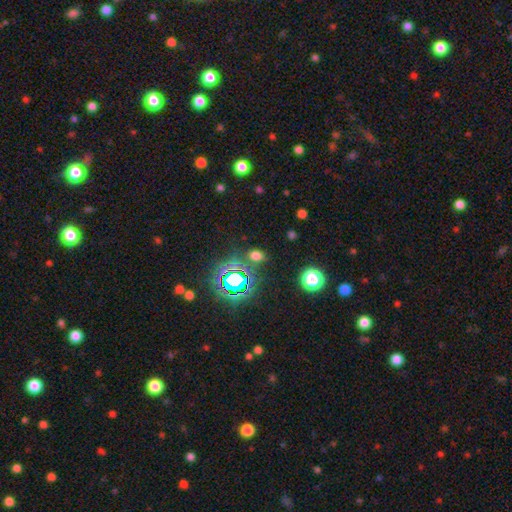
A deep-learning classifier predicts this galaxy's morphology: A smooth galaxy with no disk features (58%) that is in between round and cigar-shaped (63%). Merging: none (80%).